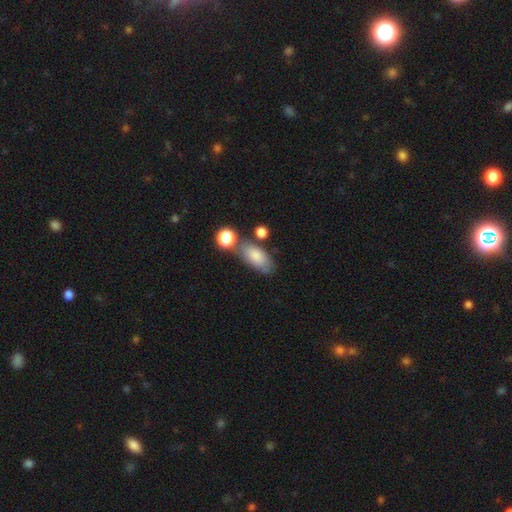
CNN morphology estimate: A smooth galaxy with no disk features (80%) that is in between round and cigar-shaped (88%). Merging: none (57%).